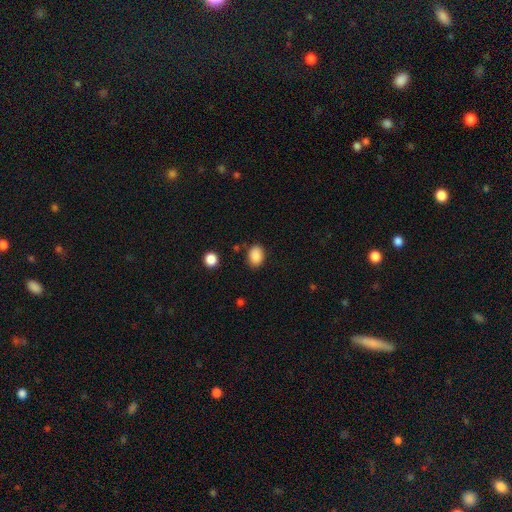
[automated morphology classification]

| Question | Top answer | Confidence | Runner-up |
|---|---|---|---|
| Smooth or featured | smooth | 87% | star or artifact (9%) |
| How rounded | in between | 71% | round (28%) |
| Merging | none | 83% | minor disturbance (12%) |